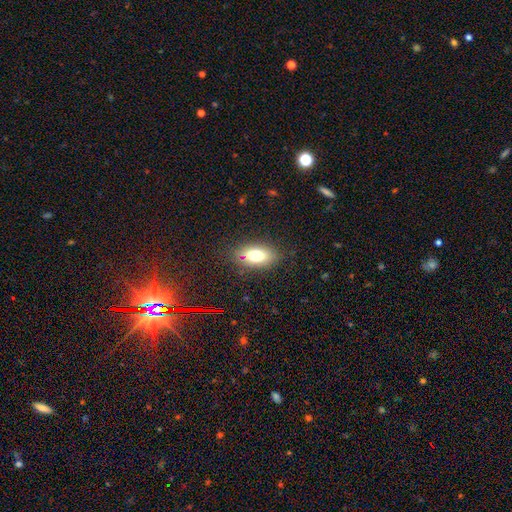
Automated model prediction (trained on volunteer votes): Smooth or featured? Predicted: smooth (p=0.74). How rounded? Predicted: in between (p=0.87). Merging? Predicted: none (p=0.83).